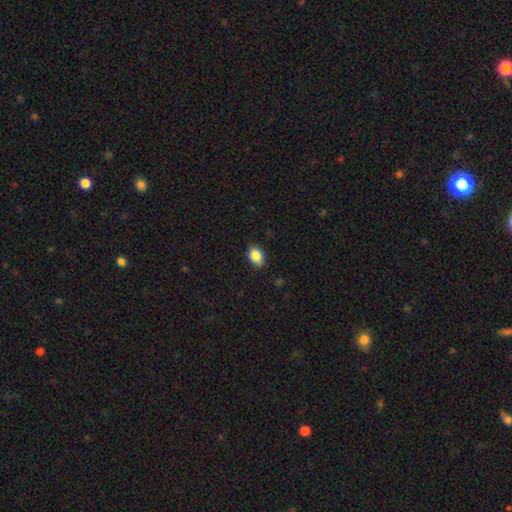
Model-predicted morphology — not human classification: The model was most divided on "how rounded": in between: 84%, round: 15%, cigar-shaped: 1%. More confident: merging — none (88%); smooth or featured — smooth (87%).